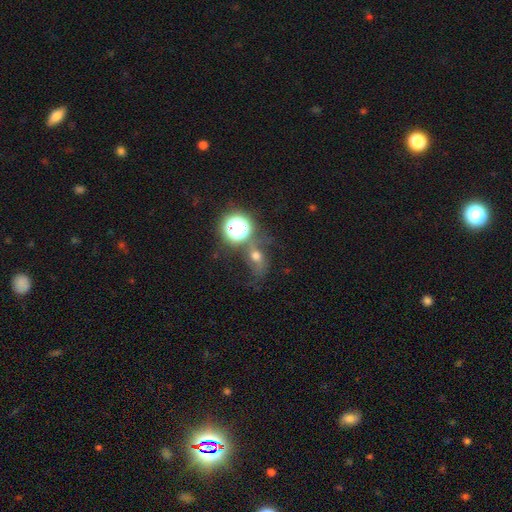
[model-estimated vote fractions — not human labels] Morphology: type=smooth (43%); merging=none (46%).